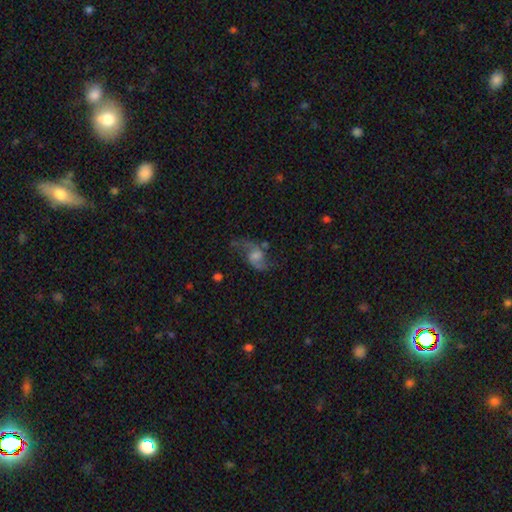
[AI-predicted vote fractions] This appears to be a featured or disk galaxy (74%) with no bar (51%), 2 (89%) loose (72%) spiral arms (92%) and a moderate central bulge (37%). Merging: none (61%).